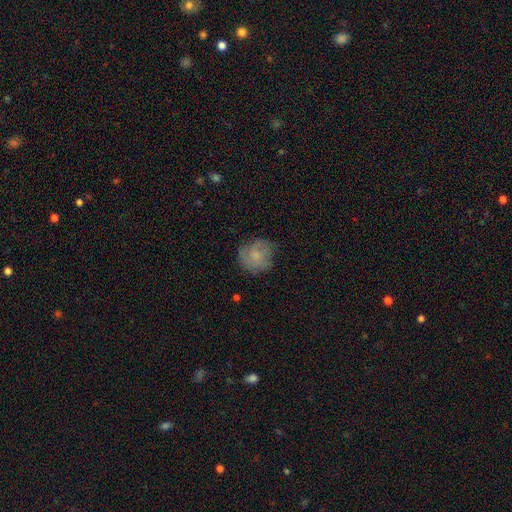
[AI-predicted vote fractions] Overall: smooth (66%). How rounded: round (83%). Merging: none (69%).